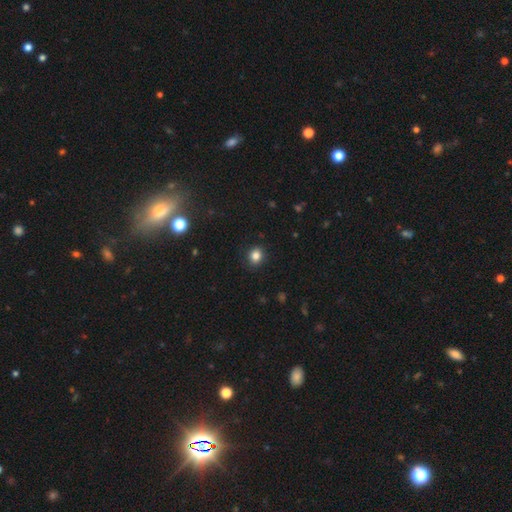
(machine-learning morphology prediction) Smooth or featured? smooth (84%)
How rounded? round (77%)
Merging? none (89%)